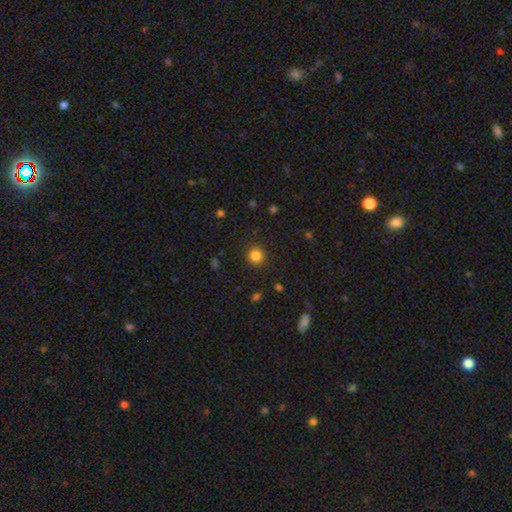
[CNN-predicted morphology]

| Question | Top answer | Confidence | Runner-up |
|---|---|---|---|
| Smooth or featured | smooth | 83% | star or artifact (12%) |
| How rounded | round | 93% | in between (6%) |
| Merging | none | 90% | minor disturbance (6%) |